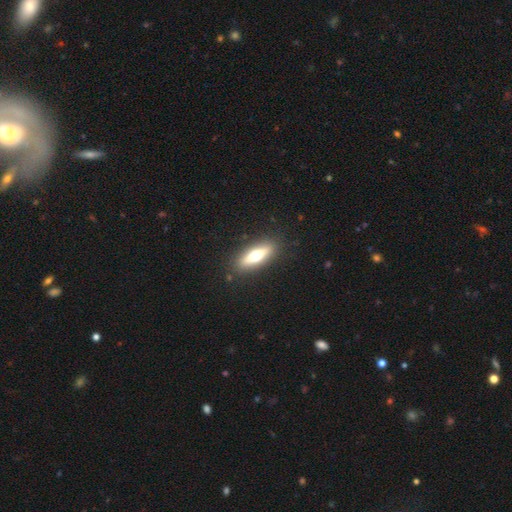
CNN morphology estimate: Smooth or featured? smooth (48%)
Merging? none (88%)